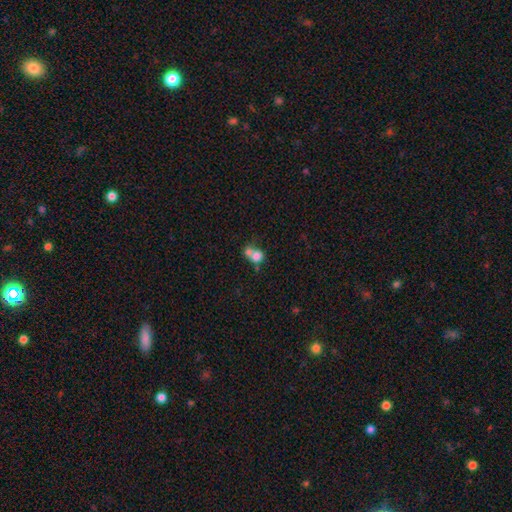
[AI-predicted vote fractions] Q: Smooth or featured?
A: smooth (73%); runner-up: featured or disk (16%)
Q: How rounded?
A: round (69%); runner-up: in between (30%)
Q: Merging?
A: merger (65%); runner-up: none (24%)